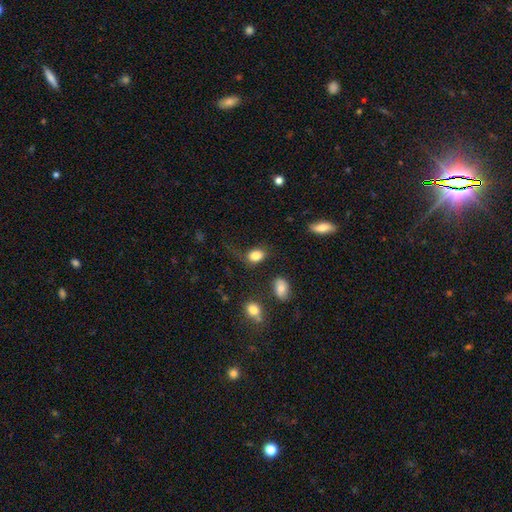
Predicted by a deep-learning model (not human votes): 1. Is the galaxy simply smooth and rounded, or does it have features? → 84% smooth, 9% star or artifact, 7% featured or disk.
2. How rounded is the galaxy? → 74% in between, 25% round, 1% cigar-shaped.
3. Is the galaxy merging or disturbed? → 57% none, 22% minor disturbance, 17% major disturbance, 4% merger.